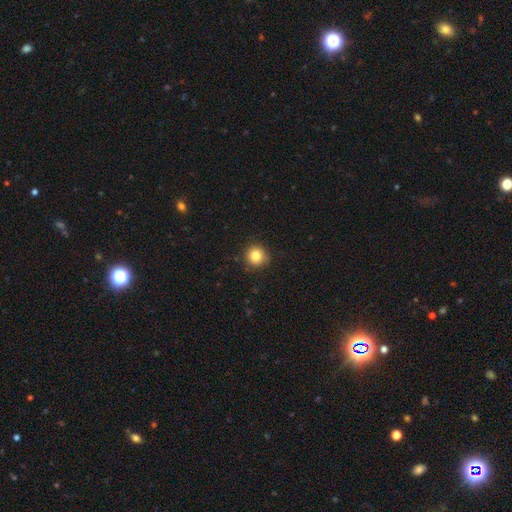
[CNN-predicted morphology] The model was most divided on "smooth or featured": smooth: 82%, star or artifact: 11%, featured or disk: 7%. More confident: how rounded — round (94%); merging — none (89%).